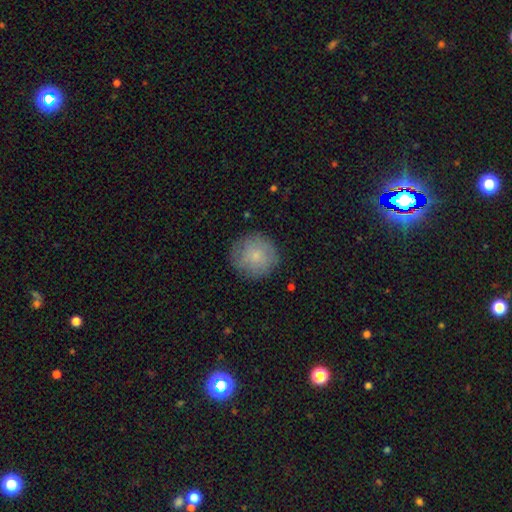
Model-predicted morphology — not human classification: Q: Smooth or featured?
A: smooth (75%); runner-up: featured or disk (17%)
Q: How rounded?
A: round (95%); runner-up: in between (4%)
Q: Merging?
A: none (83%); runner-up: minor disturbance (12%)